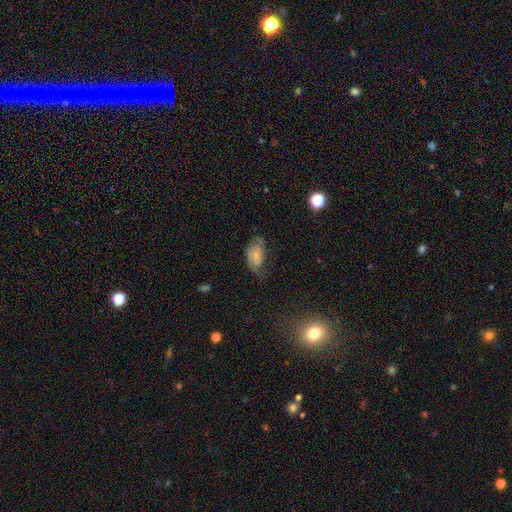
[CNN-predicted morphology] Smooth or featured? Predicted: featured or disk (p=0.52). Edge-on disk? Predicted: no (p=0.96). Bar? Predicted: no (p=0.62). Spiral arms? Predicted: yes (p=0.81). Bulge size? Predicted: small (p=0.59). Merging? Predicted: none (p=0.46).